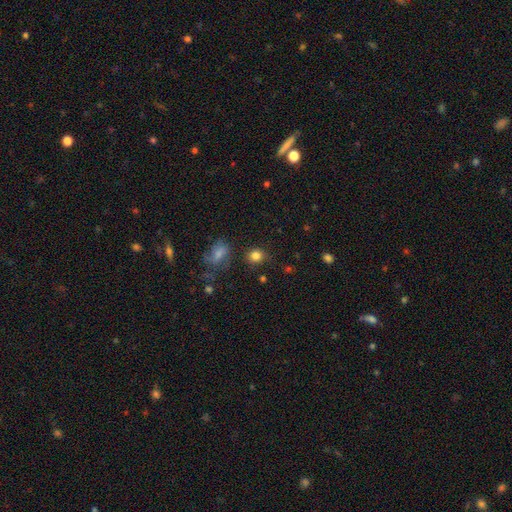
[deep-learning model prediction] Overall: smooth (83%). How rounded: round (83%). Merging: none (82%).